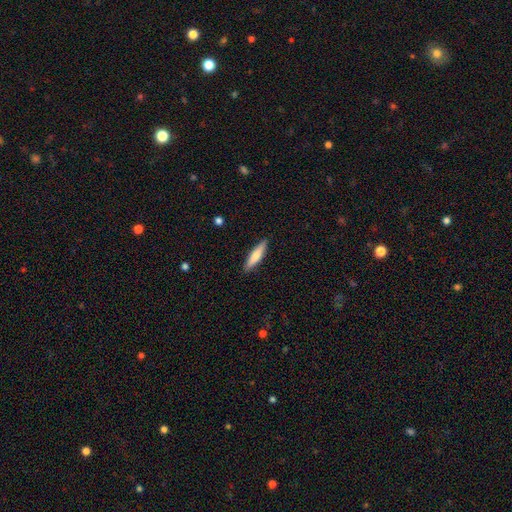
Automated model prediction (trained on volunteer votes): A smooth galaxy with no disk features (70%) that is cigar-shaped (80%). Merging: none (89%).